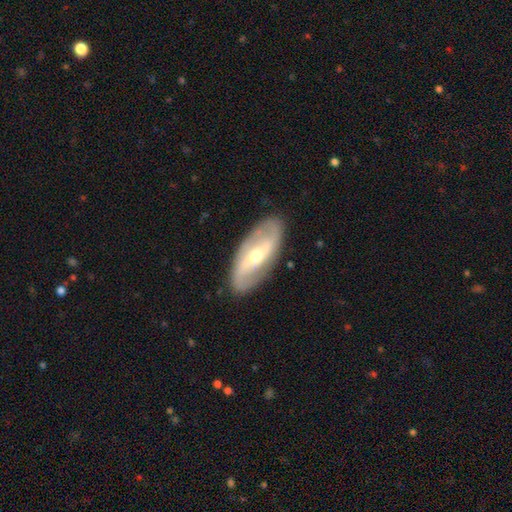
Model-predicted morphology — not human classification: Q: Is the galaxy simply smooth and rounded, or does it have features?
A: featured or disk — 80%.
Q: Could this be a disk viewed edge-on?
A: no — 91%.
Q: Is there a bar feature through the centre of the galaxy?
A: strong — 37%.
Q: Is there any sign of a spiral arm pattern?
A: yes — 83%.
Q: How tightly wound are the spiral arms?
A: loose — 51%.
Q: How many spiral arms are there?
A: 2 — 88%.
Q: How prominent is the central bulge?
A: moderate — 52%.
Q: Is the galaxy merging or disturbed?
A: none — 86%.